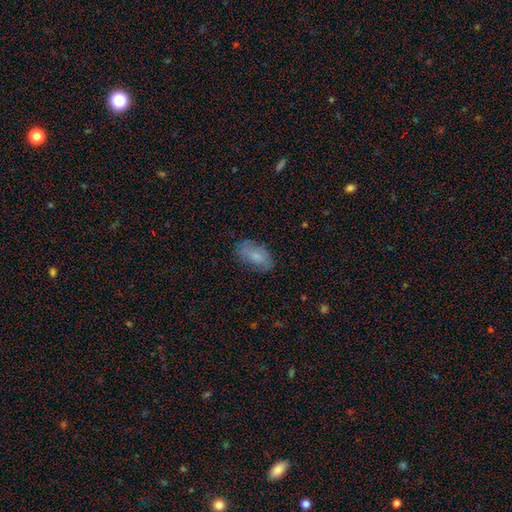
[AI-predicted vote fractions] smooth_or_featured: smooth (p=0.72) [alt: featured or disk p=0.21]
how_rounded: in between (p=0.92) [alt: round p=0.05]
merging: none (p=0.72) [alt: minor disturbance p=0.21]